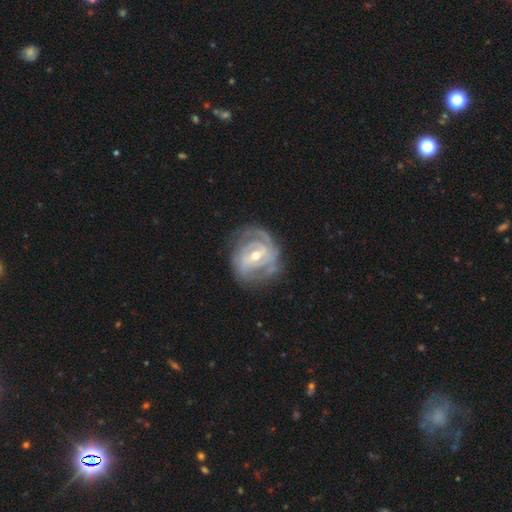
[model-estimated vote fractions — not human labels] Smooth or featured? Predicted: featured or disk (p=0.89). Edge-on disk? Predicted: no (p=0.97). Bar? Predicted: weak (p=0.47). Spiral arms? Predicted: yes (p=0.96). Spiral winding? Predicted: tight (p=0.63). Spiral arm count? Predicted: 2 (p=0.34). Bulge size? Predicted: moderate (p=0.55). Merging? Predicted: none (p=0.72).